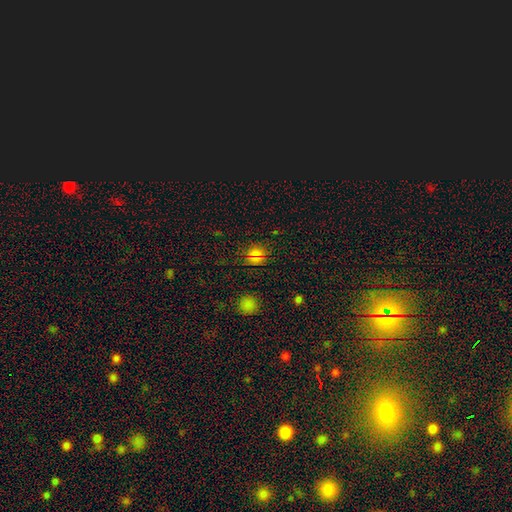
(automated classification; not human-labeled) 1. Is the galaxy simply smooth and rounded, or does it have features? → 57% smooth, 35% star or artifact, 7% featured or disk.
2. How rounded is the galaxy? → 79% round, 19% in between, 2% cigar-shaped.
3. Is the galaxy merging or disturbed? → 86% none, 8% minor disturbance, 4% major disturbance, 2% merger.